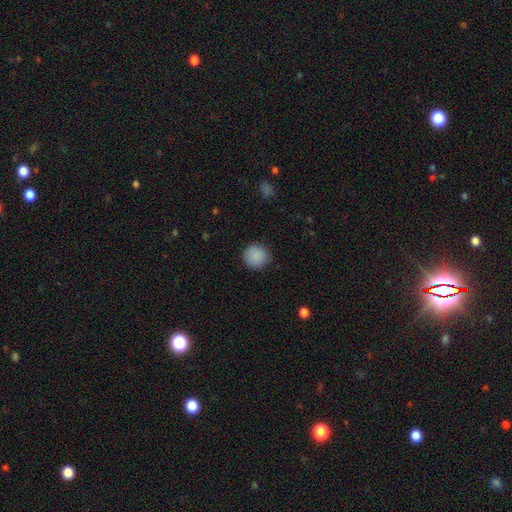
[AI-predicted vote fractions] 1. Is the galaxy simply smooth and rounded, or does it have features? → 89% smooth, 8% star or artifact, 3% featured or disk.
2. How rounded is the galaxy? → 94% round, 5% in between, 1% cigar-shaped.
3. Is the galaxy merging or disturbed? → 89% none, 7% minor disturbance, 2% major disturbance, 1% merger.